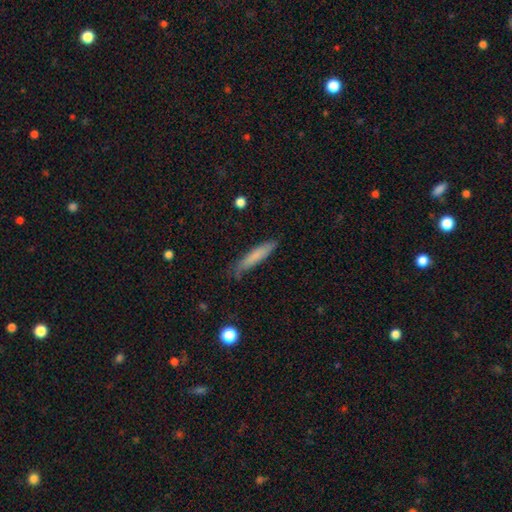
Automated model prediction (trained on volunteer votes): Smooth or featured? Predicted: smooth (p=0.75). How rounded? Predicted: cigar-shaped (p=0.91). Merging? Predicted: none (p=0.75).